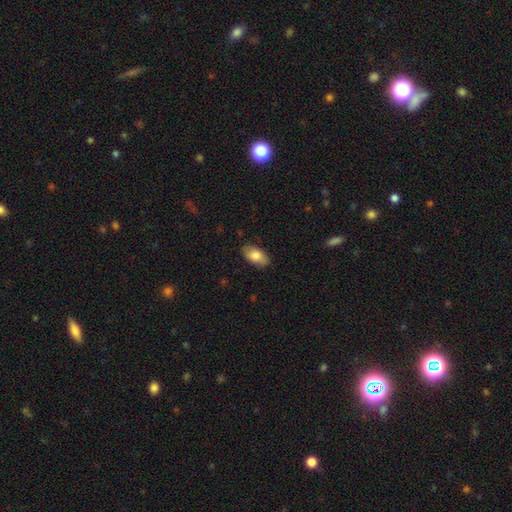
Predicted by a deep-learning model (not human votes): smooth 80%, featured or disk 14%, star or artifact 6%. Down the decision tree: how rounded — in between (93%); merging — none (84%).